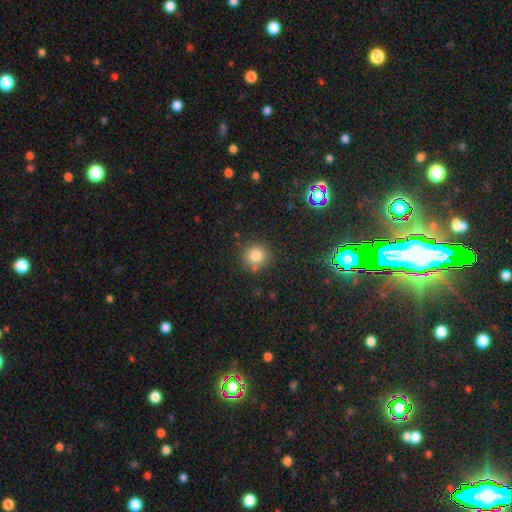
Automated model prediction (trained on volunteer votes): Overall: smooth (80%). How rounded: round (91%). Merging: none (79%).